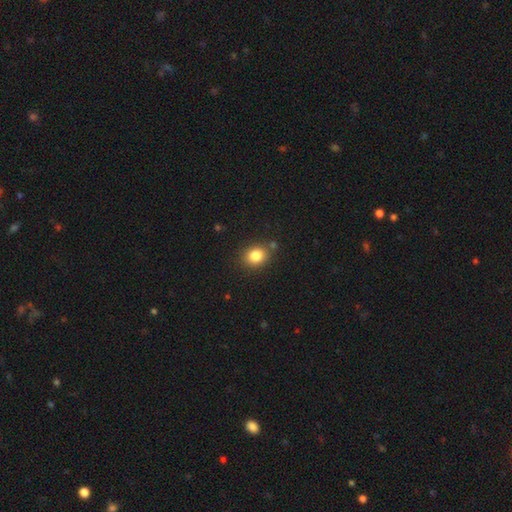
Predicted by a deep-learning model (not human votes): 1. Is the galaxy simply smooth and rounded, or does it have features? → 83% smooth, 11% star or artifact, 7% featured or disk.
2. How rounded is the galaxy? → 64% round, 35% in between, 1% cigar-shaped.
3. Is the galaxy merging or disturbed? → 80% none, 11% minor disturbance, 6% merger, 3% major disturbance.